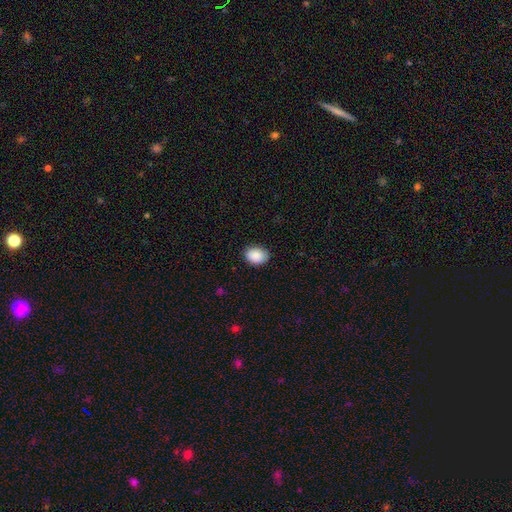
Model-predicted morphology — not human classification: smooth_or_featured: smooth (p=0.89) [alt: star or artifact p=0.07]
how_rounded: in between (p=0.73) [alt: round p=0.26]
merging: none (p=0.86) [alt: minor disturbance p=0.11]